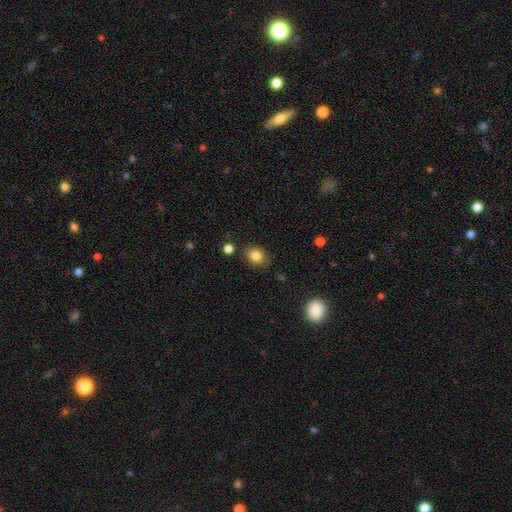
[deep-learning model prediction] Smooth or featured? smooth (83%)
How rounded? round (51%)
Merging? none (83%)